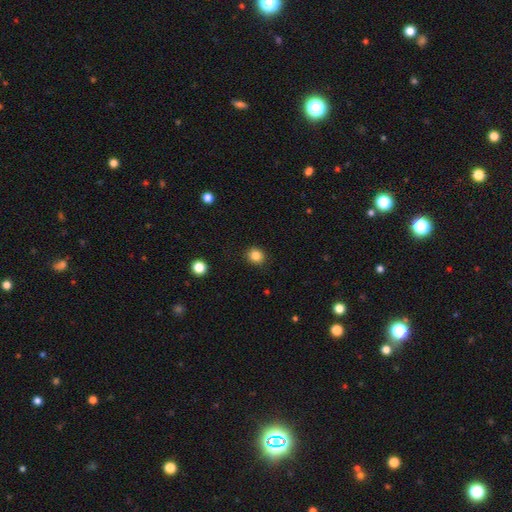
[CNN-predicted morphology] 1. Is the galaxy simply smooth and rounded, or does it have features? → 84% smooth, 11% star or artifact, 5% featured or disk.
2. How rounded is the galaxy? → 79% round, 20% in between, 1% cigar-shaped.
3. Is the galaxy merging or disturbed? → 90% none, 7% minor disturbance, 2% major disturbance, 1% merger.